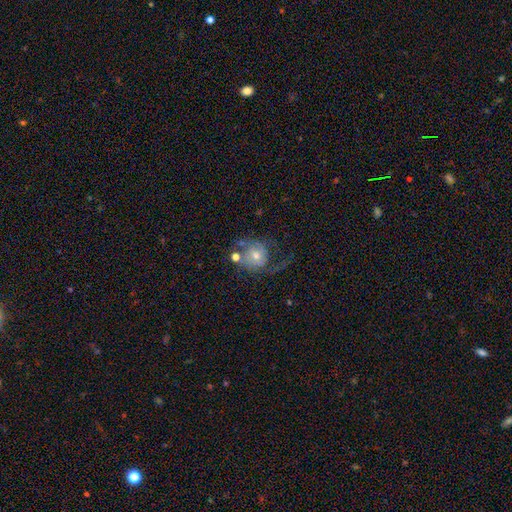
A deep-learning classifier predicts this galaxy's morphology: featured or disk 61%, smooth 30%, star or artifact 9%. Down the decision tree: edge-on disk — no (97%); bar — no (73%); spiral arms — yes (80%); bulge size — moderate (60%); merging — none (35%, tied with major disturbance).